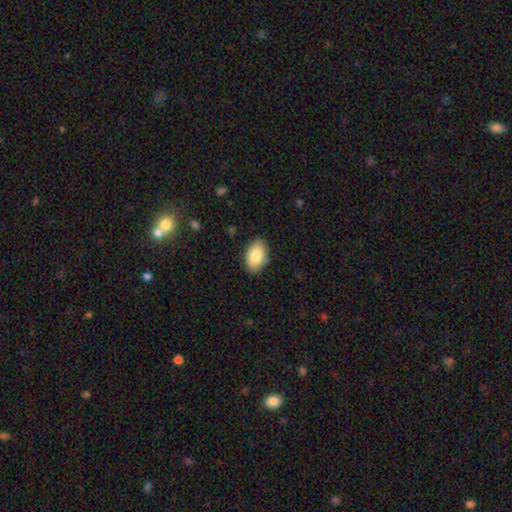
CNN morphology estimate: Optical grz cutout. It shows a smooth galaxy with no disk features (83%) that is in between round and cigar-shaped (92%). Merging: none (87%).